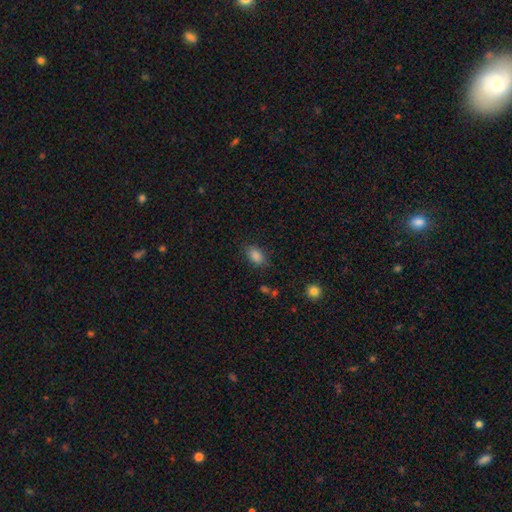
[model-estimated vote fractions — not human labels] Smooth or featured?
  - smooth: 86% *
  - star or artifact: 10%
  - featured or disk: 4%
How rounded?
  - in between: 84% *
  - round: 14%
  - cigar-shaped: 2%
Merging?
  - none: 82% *
  - minor disturbance: 13%
  - major disturbance: 3%
  - merger: 2%